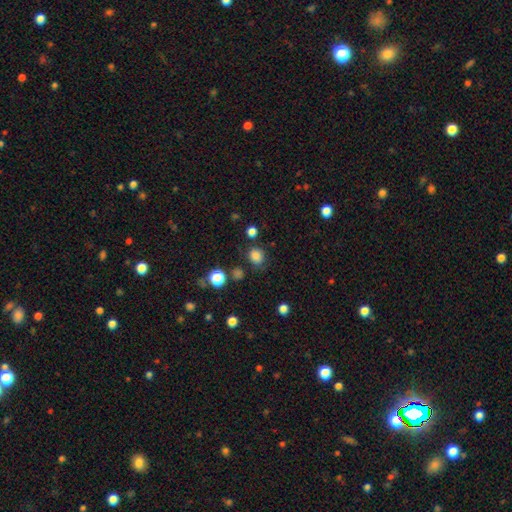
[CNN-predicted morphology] Overall: smooth (82%). How rounded: round (81%). Merging: none (79%).